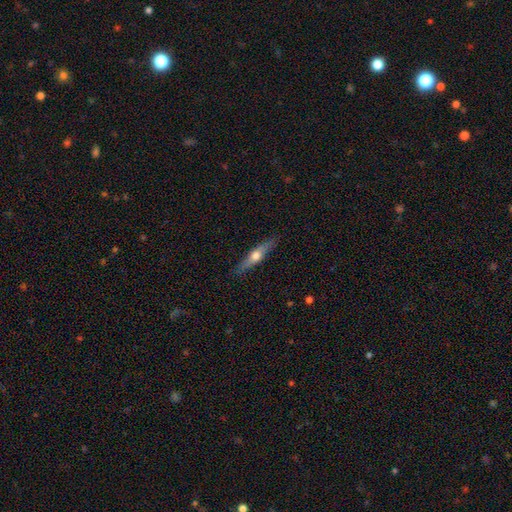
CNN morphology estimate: Smooth or featured? featured or disk (57%)
Edge-on disk? yes (94%)
Edge-on bulge? rounded (94%)
Merging? none (88%)